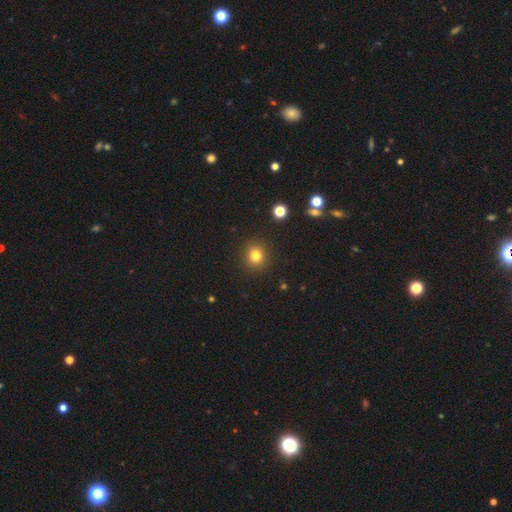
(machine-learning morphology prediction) type=smooth (80%); roundness=round (88%); merging=none (91%).